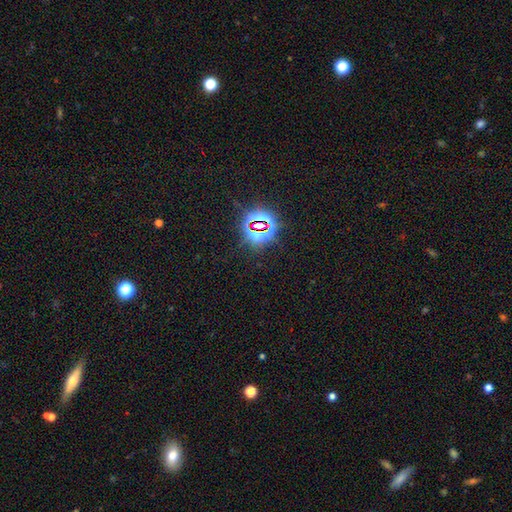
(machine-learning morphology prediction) smooth_or_featured: star or artifact (p=0.82) [alt: smooth p=0.11]